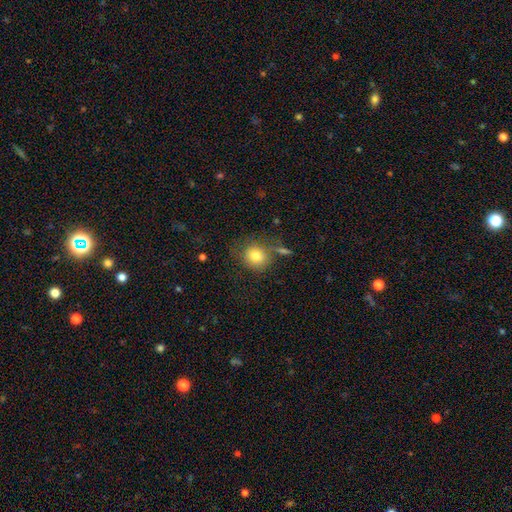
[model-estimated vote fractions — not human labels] Q: Smooth or featured?
A: smooth (80%); runner-up: star or artifact (10%)
Q: How rounded?
A: round (85%); runner-up: in between (14%)
Q: Merging?
A: none (69%); runner-up: minor disturbance (16%)